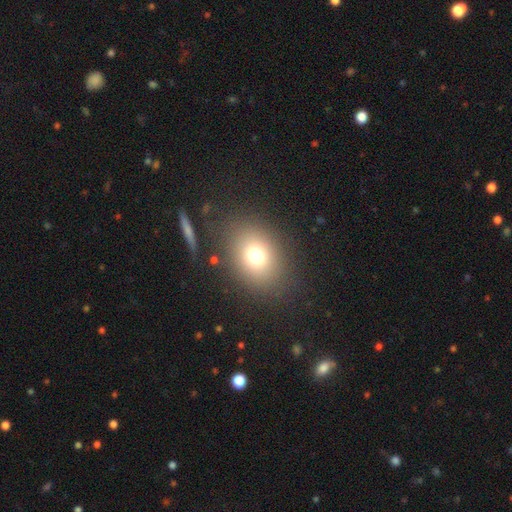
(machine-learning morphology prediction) This is likely a smooth galaxy (72%). How rounded: possibly in between (52%). Merging: clearly none (82%).